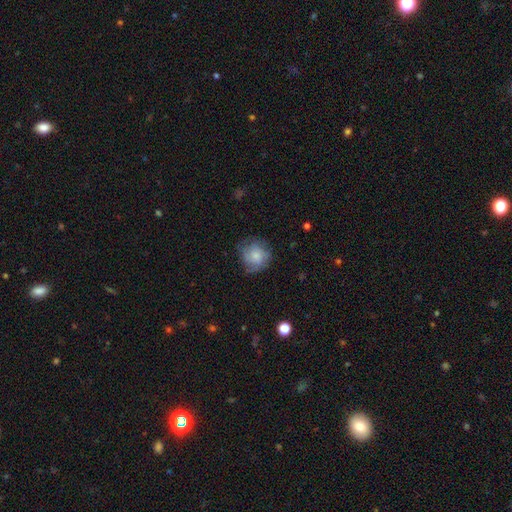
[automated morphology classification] Smooth or featured? smooth (59%)
How rounded? round (86%)
Merging? none (67%)